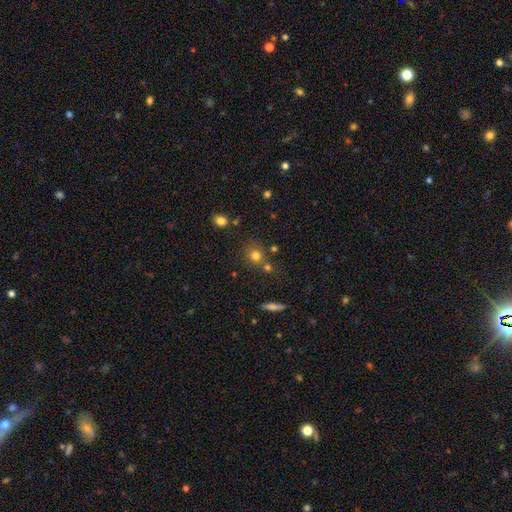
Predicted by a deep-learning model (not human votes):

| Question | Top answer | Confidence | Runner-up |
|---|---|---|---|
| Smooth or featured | smooth | 74% | star or artifact (16%) |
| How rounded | round | 86% | in between (12%) |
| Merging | none | 64% | merger (21%) |